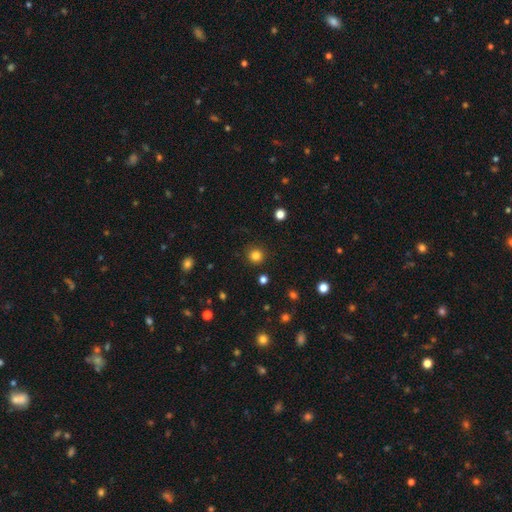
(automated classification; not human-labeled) A smooth galaxy with no disk features (82%) that is round (94%).

Vote fractions:
- Smooth or featured? smooth: 82% / star or artifact: 14% / featured or disk: 4%
- How rounded? round: 94% / in between: 5% / cigar-shaped: 1%
- Merging? none: 90% / minor disturbance: 6% / major disturbance: 2% / merger: 1%